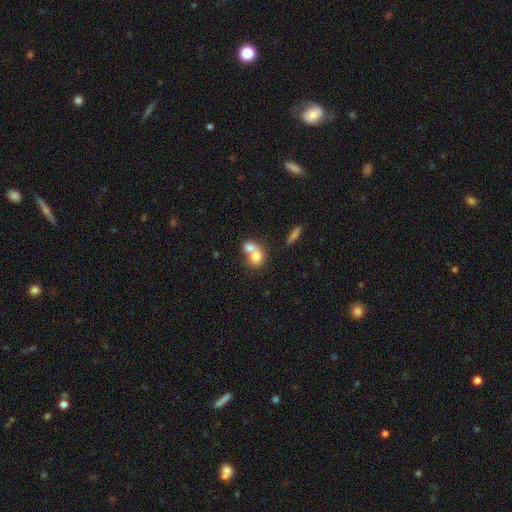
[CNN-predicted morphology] smooth 73%, featured or disk 18%, star or artifact 8%. Down the decision tree: how rounded — round (54%); merging — merger (70%).